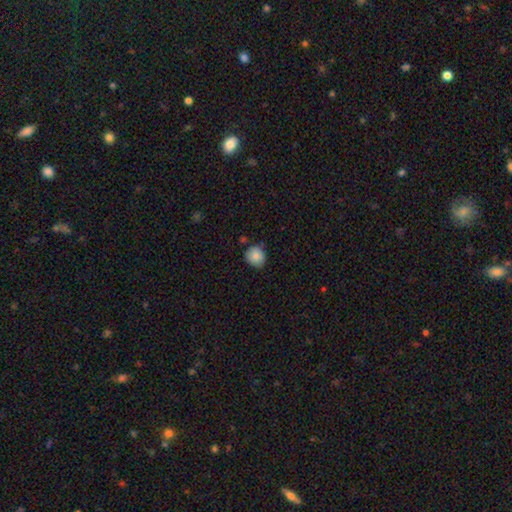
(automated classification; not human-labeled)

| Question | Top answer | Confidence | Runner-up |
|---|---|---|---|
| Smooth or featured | smooth | 85% | star or artifact (9%) |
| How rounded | round | 86% | in between (13%) |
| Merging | none | 80% | minor disturbance (15%) |